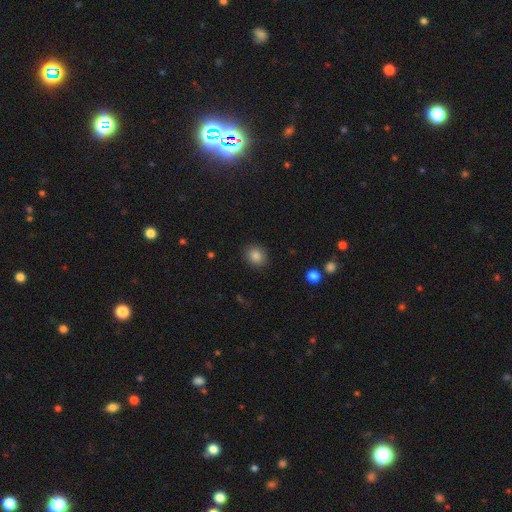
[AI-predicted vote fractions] smooth_or_featured: smooth (p=0.85) [alt: star or artifact p=0.10]
how_rounded: round (p=0.69) [alt: in between p=0.31]
merging: none (p=0.88) [alt: minor disturbance p=0.08]